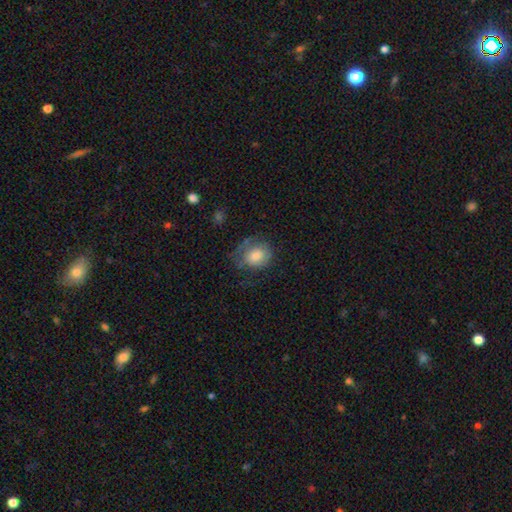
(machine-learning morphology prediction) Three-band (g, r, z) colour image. It shows a smooth galaxy with no disk features (69%) that is round (53%). Merging: none (51%).